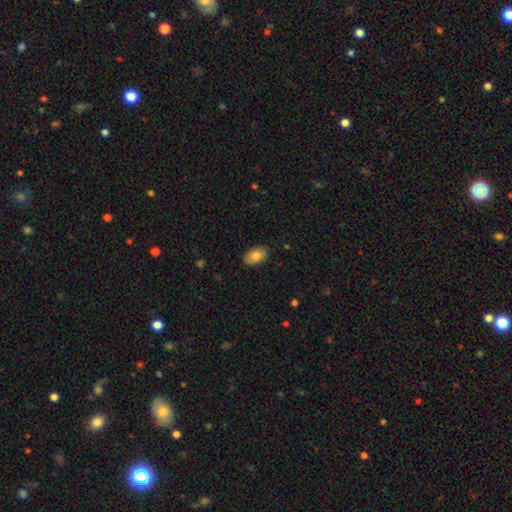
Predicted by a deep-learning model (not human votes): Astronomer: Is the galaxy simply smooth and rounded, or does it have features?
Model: smooth — 82%.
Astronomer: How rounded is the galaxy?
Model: in between — 90%.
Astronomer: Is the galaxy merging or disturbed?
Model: none — 84%.